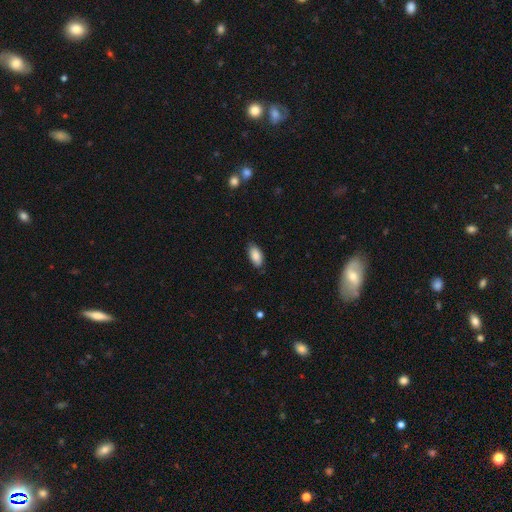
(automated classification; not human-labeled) This is clearly a smooth galaxy (87%). How rounded: clearly in between (93%). Merging: clearly none (82%).